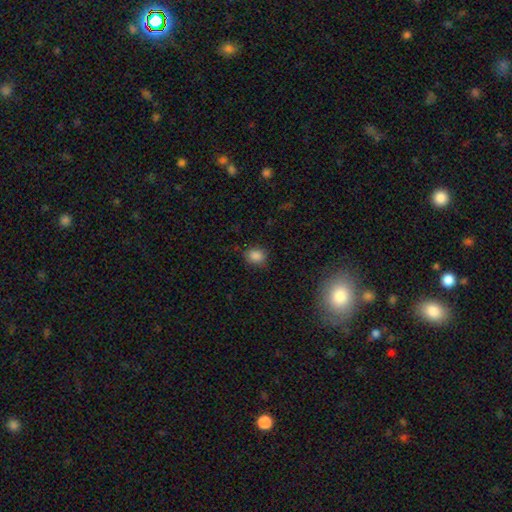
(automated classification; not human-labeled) The model was most divided on "how rounded": round: 60%, in between: 39%, cigar-shaped: 1%. More confident: smooth or featured — smooth (85%); merging — none (81%).